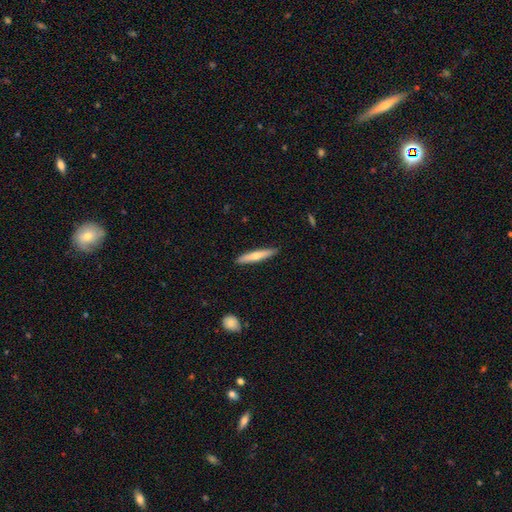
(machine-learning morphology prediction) Overall: smooth (59%; featured or disk 36%). How rounded: cigar-shaped (91%). Merging: none (90%).